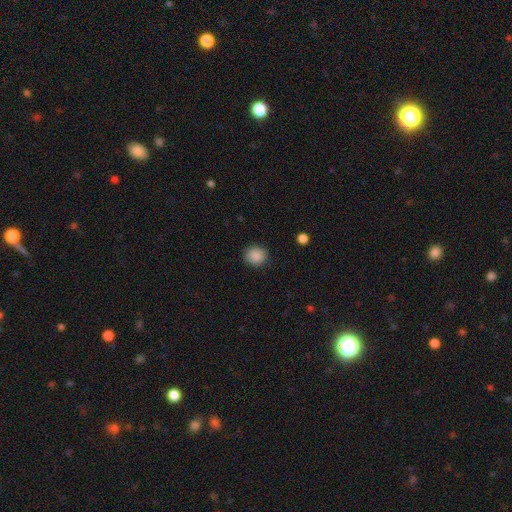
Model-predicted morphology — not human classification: Smooth or featured? Predicted: smooth (p=0.88). How rounded? Predicted: round (p=0.86). Merging? Predicted: none (p=0.88).